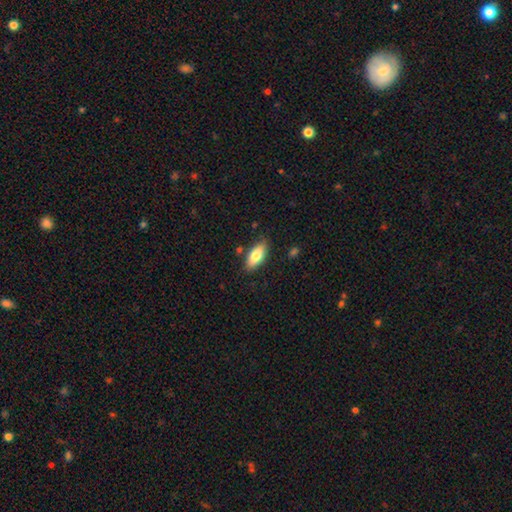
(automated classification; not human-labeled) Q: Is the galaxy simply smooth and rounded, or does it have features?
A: smooth — 78%.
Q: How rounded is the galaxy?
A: in between — 82%.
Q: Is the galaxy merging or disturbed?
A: none — 84%.